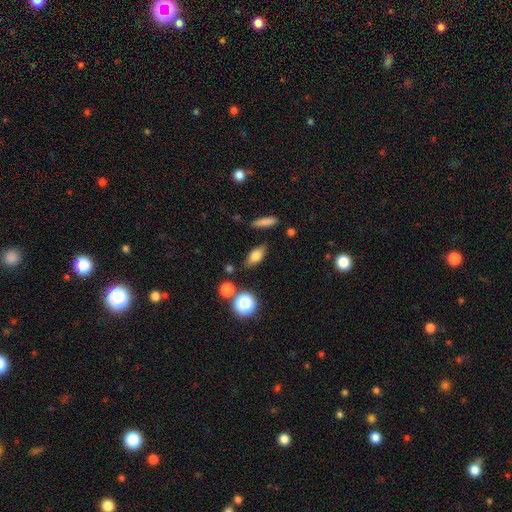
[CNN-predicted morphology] Q: Smooth or featured?
A: smooth (73%); runner-up: featured or disk (15%)
Q: How rounded?
A: in between (72%); runner-up: cigar-shaped (16%)
Q: Merging?
A: none (81%); runner-up: minor disturbance (12%)